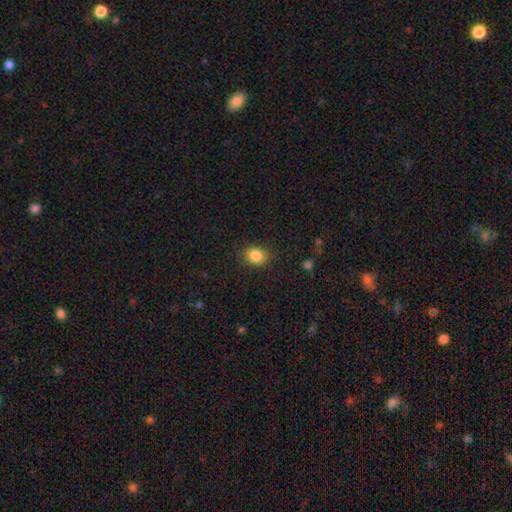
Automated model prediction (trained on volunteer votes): Morphology: type=smooth (85%); roundness=in between (55%); merging=none (86%).